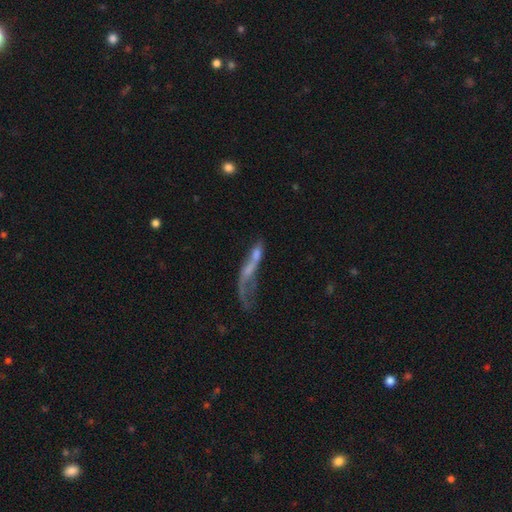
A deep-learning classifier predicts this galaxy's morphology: Q: Smooth or featured?
A: featured or disk (53%); runner-up: smooth (35%)
Q: Edge-on disk?
A: no (77%); runner-up: yes (23%)
Q: Merging?
A: major disturbance (38%); runner-up: merger (33%)